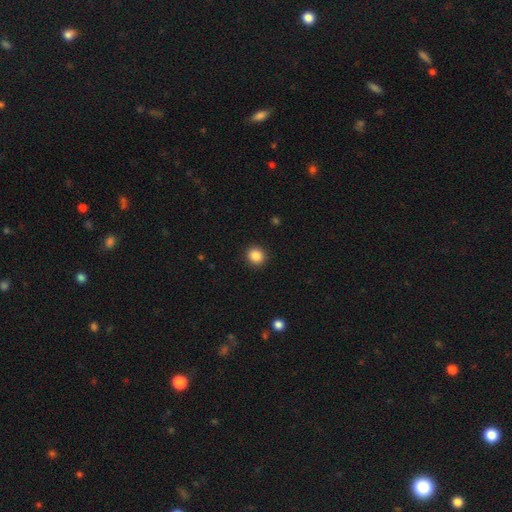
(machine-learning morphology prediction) smooth 86%, star or artifact 10%, featured or disk 4%. Down the decision tree: how rounded — round (88%); merging — none (92%).